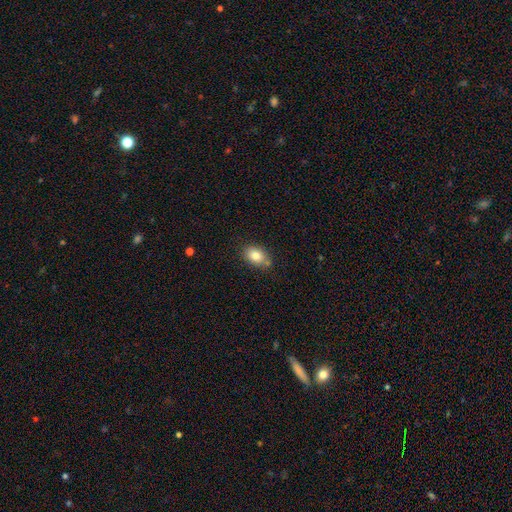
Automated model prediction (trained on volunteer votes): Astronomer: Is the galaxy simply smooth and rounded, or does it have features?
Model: smooth — 82%.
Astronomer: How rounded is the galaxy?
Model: in between — 74%.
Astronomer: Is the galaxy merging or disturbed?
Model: none — 74%.